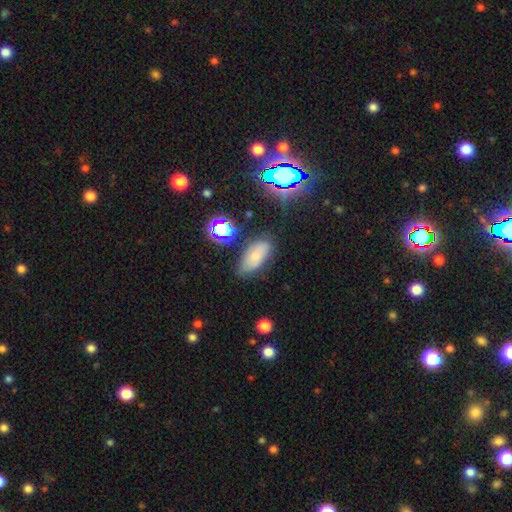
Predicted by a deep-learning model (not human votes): A smooth galaxy with no disk features (69%) that is in between round and cigar-shaped (88%). Merging: none (68%).